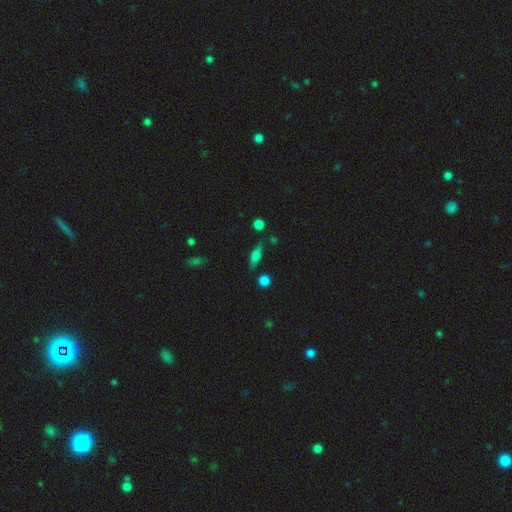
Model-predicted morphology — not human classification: This is possibly a smooth galaxy (50%). How rounded: possibly in between (48%). Merging: likely none (77%).